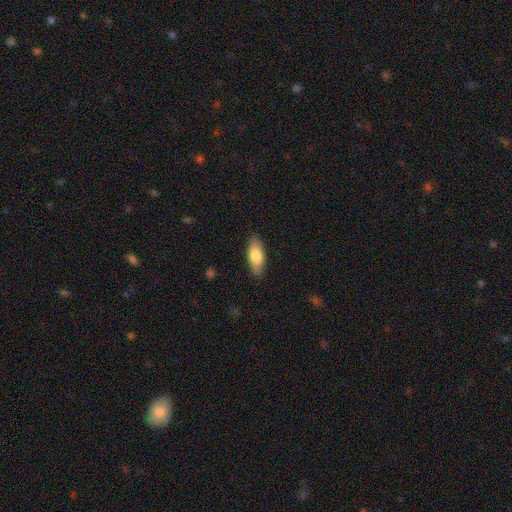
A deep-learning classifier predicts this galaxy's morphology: A smooth galaxy with no disk features (78%) that is in between round and cigar-shaped (75%).

Vote fractions:
- Smooth or featured? smooth: 78% / featured or disk: 16% / star or artifact: 6%
- How rounded? in between: 75% / cigar-shaped: 22% / round: 2%
- Merging? none: 87% / minor disturbance: 10% / major disturbance: 2% / merger: 1%